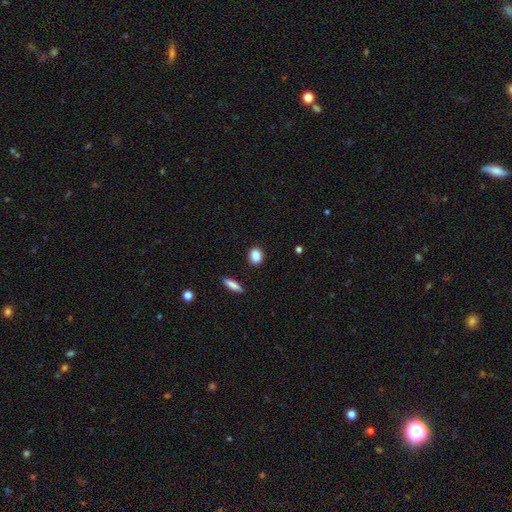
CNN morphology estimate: smooth-or-featured: smooth: 88% | star or artifact: 8% | featured or disk: 4%
  how-rounded: in between: 62% | round: 35% | cigar-shaped: 3%
  merging: none: 87% | minor disturbance: 9% | major disturbance: 2% | merger: 2%